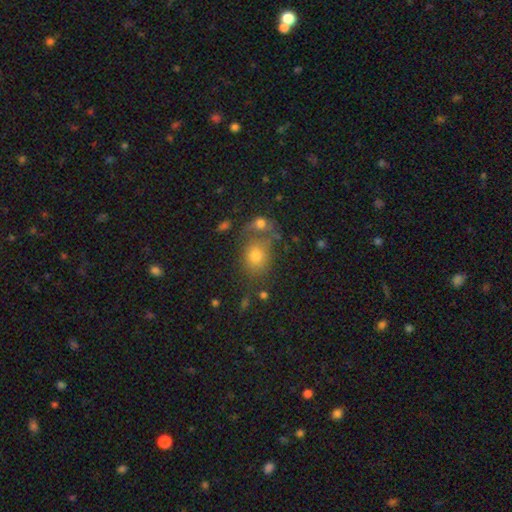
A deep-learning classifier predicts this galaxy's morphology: A smooth galaxy with no disk features (73%) that is round (53%).

Vote fractions:
- Smooth or featured? smooth: 73% / star or artifact: 14% / featured or disk: 13%
- How rounded? round: 53% / in between: 46% / cigar-shaped: 1%
- Merging? none: 55% / merger: 21% / minor disturbance: 16% / major disturbance: 8%